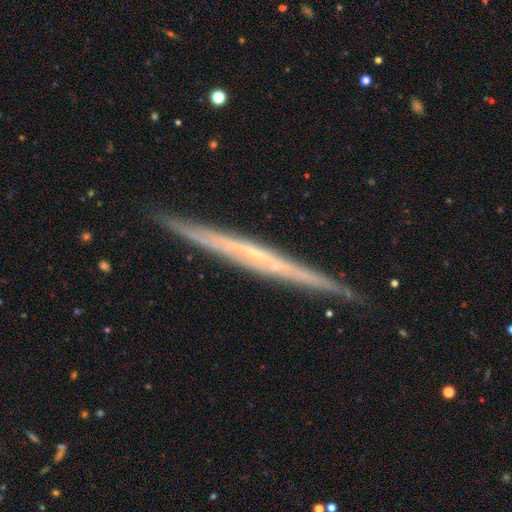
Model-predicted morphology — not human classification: Overall: featured or disk (74%). Edge-on disk: yes (97%). Edge-on bulge: none (77%). Merging: none (90%).